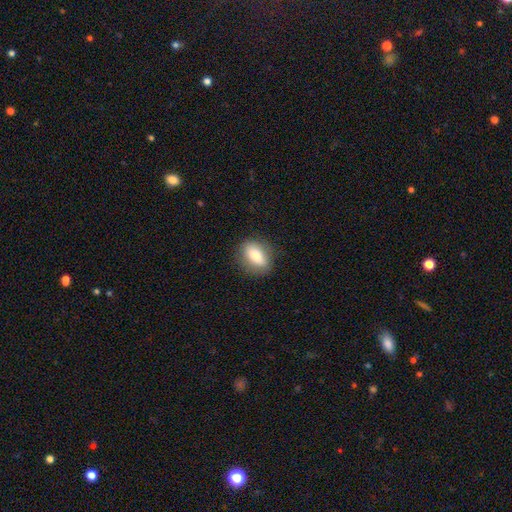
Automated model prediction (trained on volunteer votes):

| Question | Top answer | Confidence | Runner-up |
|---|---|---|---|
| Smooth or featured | smooth | 73% | featured or disk (19%) |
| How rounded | in between | 78% | round (16%) |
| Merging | none | 83% | minor disturbance (12%) |